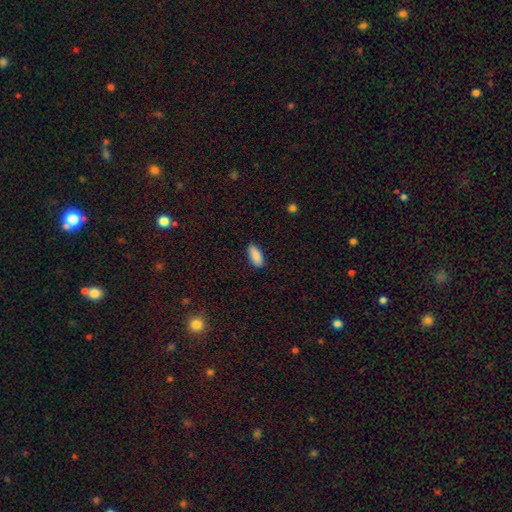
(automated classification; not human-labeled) Smooth or featured? smooth (90%)
How rounded? in between (84%)
Merging? none (88%)